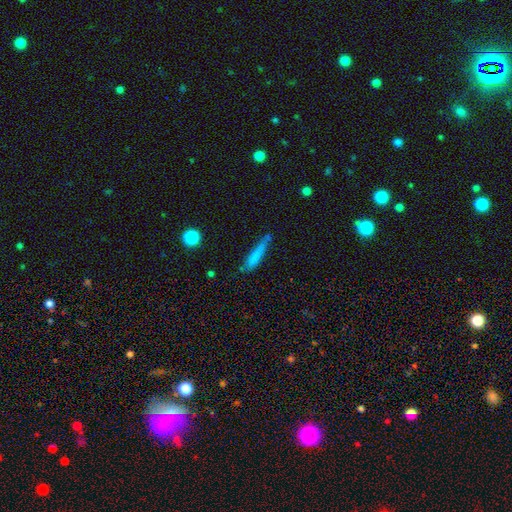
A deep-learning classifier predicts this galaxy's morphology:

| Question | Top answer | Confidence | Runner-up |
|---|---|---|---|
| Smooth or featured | smooth | 73% | featured or disk (20%) |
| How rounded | cigar-shaped | 90% | in between (8%) |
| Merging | none | 61% | minor disturbance (27%) |